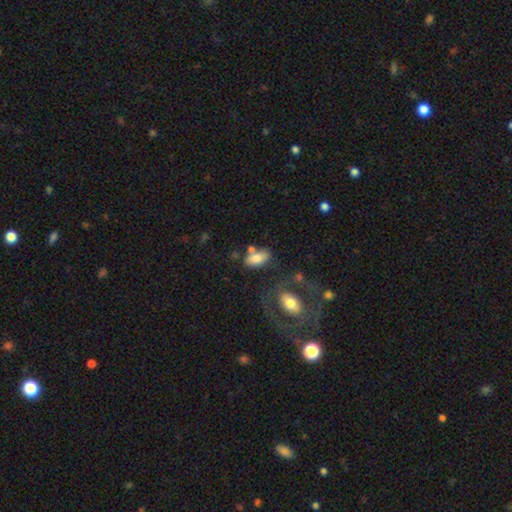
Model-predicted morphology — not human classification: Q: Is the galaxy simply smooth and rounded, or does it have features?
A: smooth — 73%.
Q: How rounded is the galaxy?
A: in between — 89%.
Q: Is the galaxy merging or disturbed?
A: none — 56%.